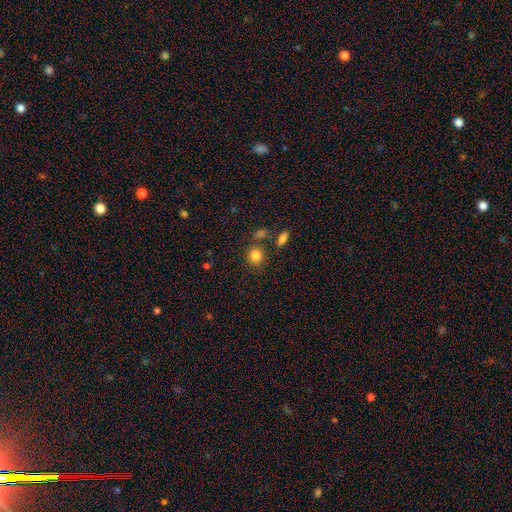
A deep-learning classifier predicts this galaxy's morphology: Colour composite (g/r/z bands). It shows a smooth galaxy with no disk features (84%) that is round (79%). Merging: none (77%).